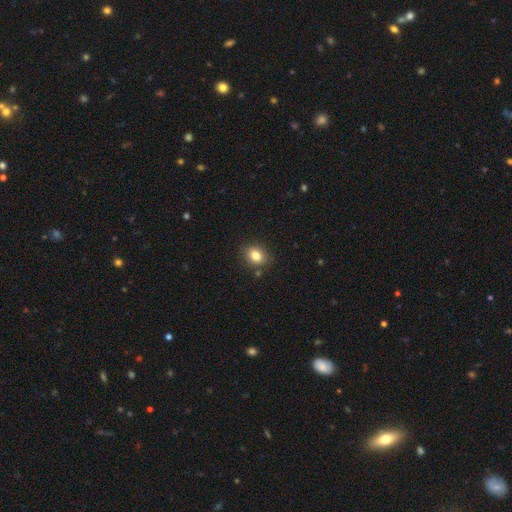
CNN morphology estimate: A smooth galaxy with no disk features (82%) that is in between round and cigar-shaped (50%).

Vote fractions:
- Smooth or featured? smooth: 82% / star or artifact: 11% / featured or disk: 7%
- How rounded? in between: 50% / round: 49% / cigar-shaped: 1%
- Merging? none: 85% / minor disturbance: 10% / merger: 3% / major disturbance: 2%